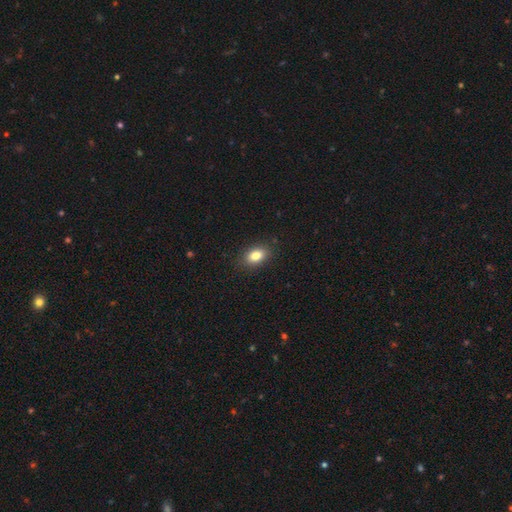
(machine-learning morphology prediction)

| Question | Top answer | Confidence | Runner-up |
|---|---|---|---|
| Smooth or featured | smooth | 84% | star or artifact (9%) |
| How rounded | in between | 84% | round (15%) |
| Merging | none | 87% | minor disturbance (10%) |